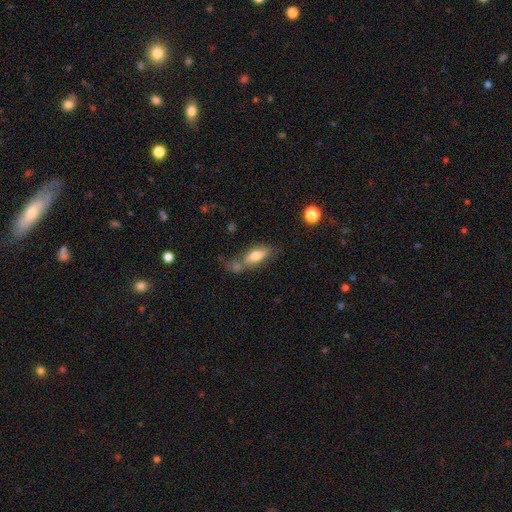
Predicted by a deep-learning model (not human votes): This appears to be a smooth galaxy with no disk features (65%) that is in between round and cigar-shaped (69%). Merging: none (49%).